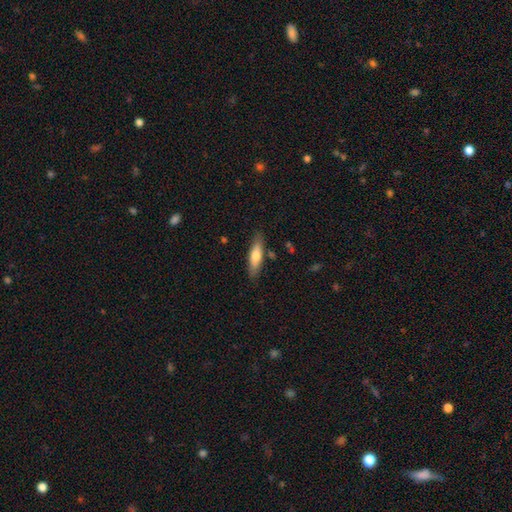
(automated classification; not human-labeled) Smooth or featured?
  - smooth: 66% *
  - featured or disk: 28%
  - star or artifact: 6%
How rounded?
  - cigar-shaped: 60% *
  - in between: 38%
  - round: 2%
Merging?
  - none: 82% *
  - minor disturbance: 13%
  - merger: 3%
  - major disturbance: 3%